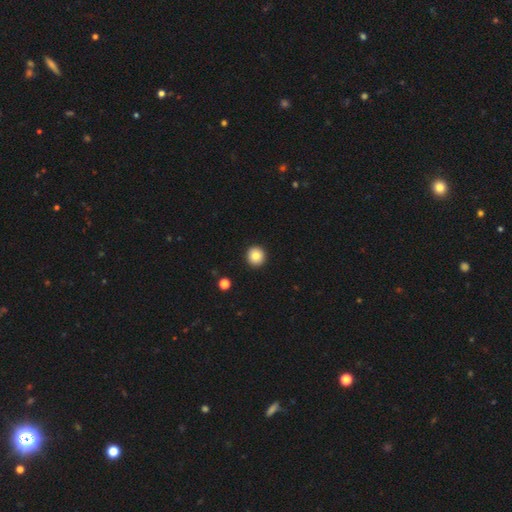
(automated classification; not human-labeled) Q: Smooth or featured?
A: smooth (83%); runner-up: star or artifact (10%)
Q: How rounded?
A: round (95%); runner-up: in between (4%)
Q: Merging?
A: none (94%); runner-up: minor disturbance (4%)